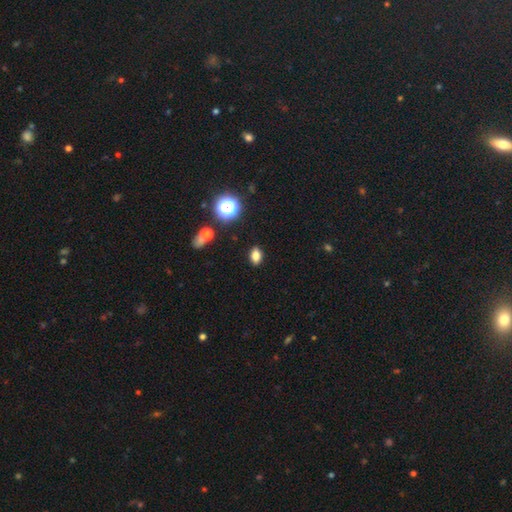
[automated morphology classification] Smooth or featured: smooth — 77% (star or artifact — 14%)
How rounded: in between — 80% (round — 17%)
Merging: none — 88% (minor disturbance — 8%)